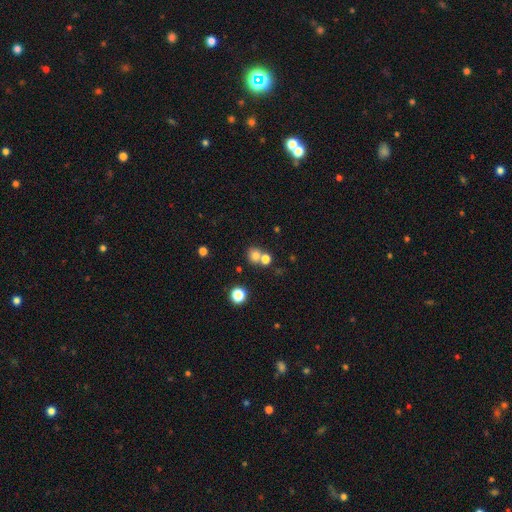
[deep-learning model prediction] smooth_or_featured: smooth (p=0.75) [alt: star or artifact p=0.15]
how_rounded: round (p=0.82) [alt: in between p=0.17]
merging: none (p=0.50) [alt: merger p=0.40]